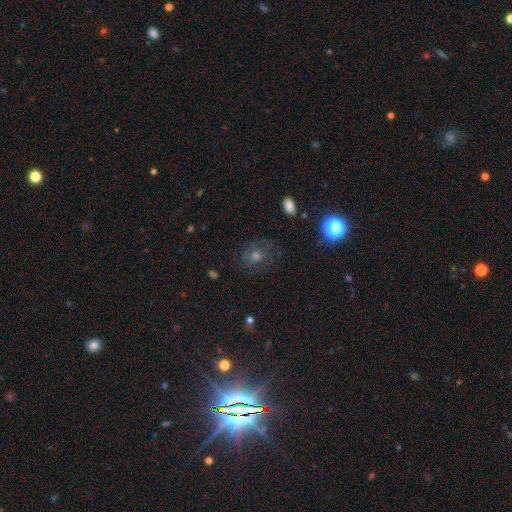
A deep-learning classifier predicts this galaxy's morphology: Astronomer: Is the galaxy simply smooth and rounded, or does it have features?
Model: smooth — 35% (runner-up: featured or disk, 33%).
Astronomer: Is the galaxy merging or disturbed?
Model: none — 77%.